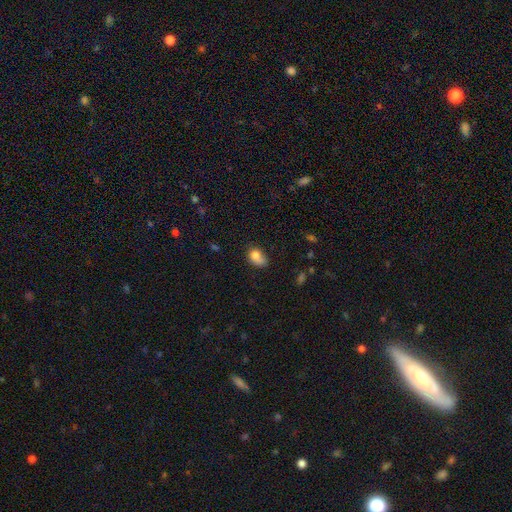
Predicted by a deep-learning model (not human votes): This is likely a smooth galaxy (78%). How rounded: likely in between (72%). Merging: marginally none (36%).